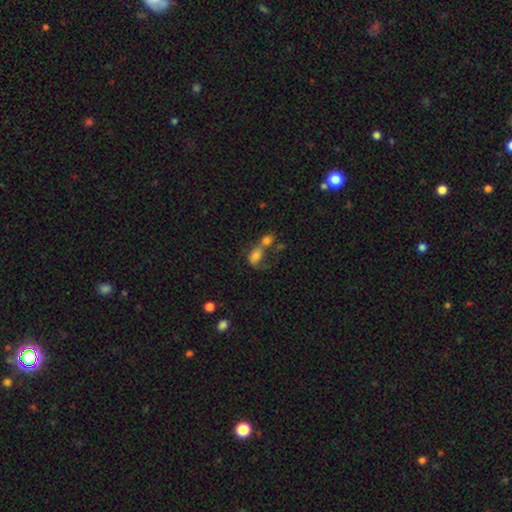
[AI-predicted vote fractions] This appears to be a smooth galaxy with no disk features (69%) that is in between round and cigar-shaped (82%). Merging: merger (61%).